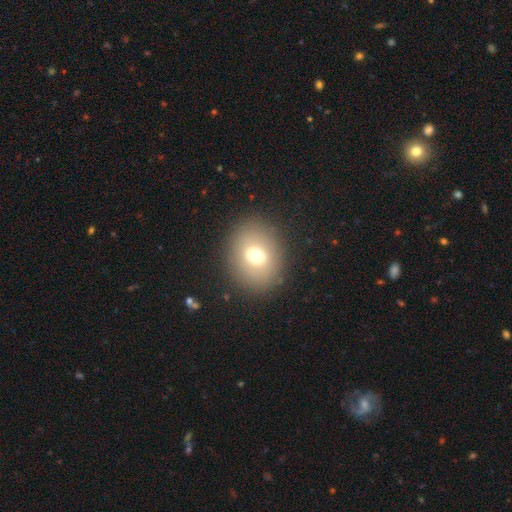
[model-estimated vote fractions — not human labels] Morphology: type=smooth (67%); roundness=round (57%); merging=none (87%).